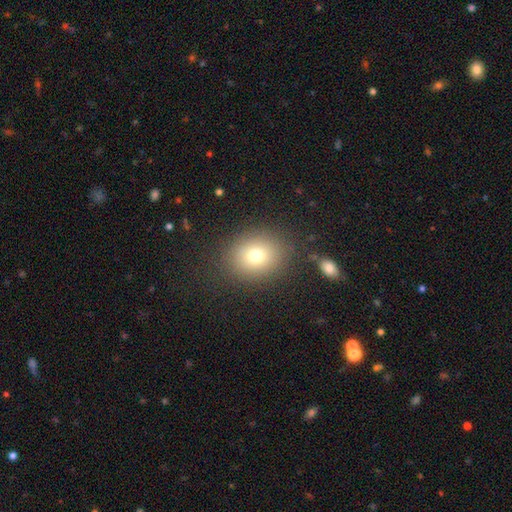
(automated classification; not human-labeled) smooth 75%, star or artifact 13%, featured or disk 12%. Down the decision tree: how rounded — round (63%); merging — none (84%).